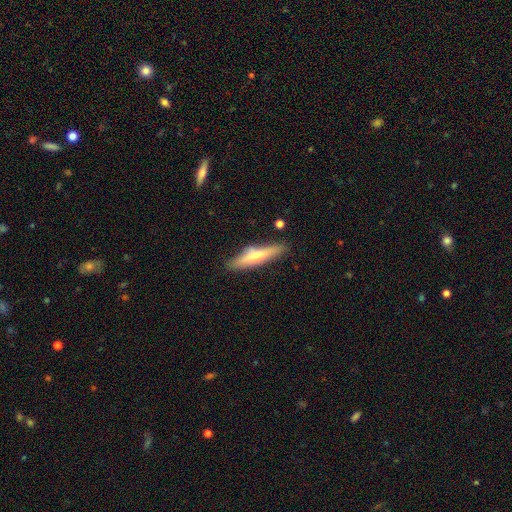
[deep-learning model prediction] Overall: smooth (55%; featured or disk 40%). How rounded: cigar-shaped (81%). Merging: none (79%).